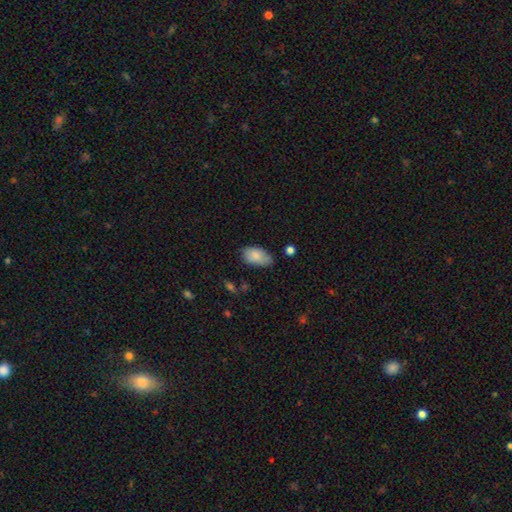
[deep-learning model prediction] This is clearly a smooth galaxy (84%). How rounded: clearly in between (94%). Merging: likely none (66%).